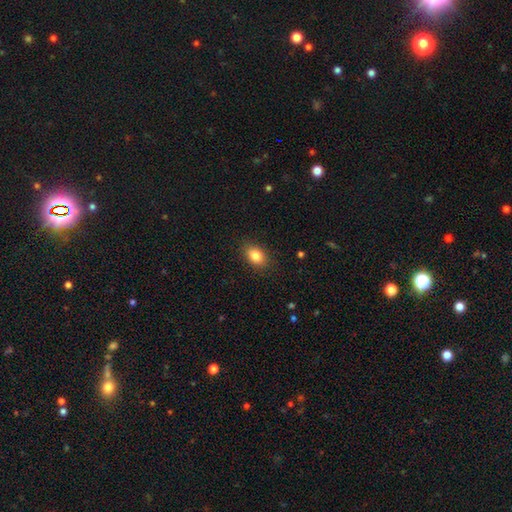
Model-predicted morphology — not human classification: Smooth or featured? smooth (83%)
How rounded? in between (81%)
Merging? none (87%)